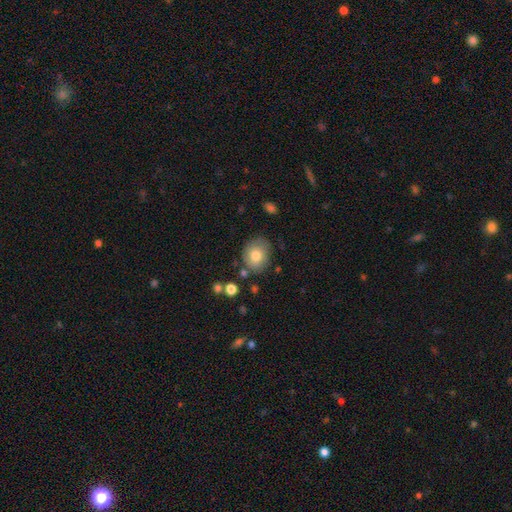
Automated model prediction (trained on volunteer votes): Q: Smooth or featured?
A: smooth (78%); runner-up: featured or disk (14%)
Q: How rounded?
A: round (59%); runner-up: in between (41%)
Q: Merging?
A: none (74%); runner-up: minor disturbance (18%)